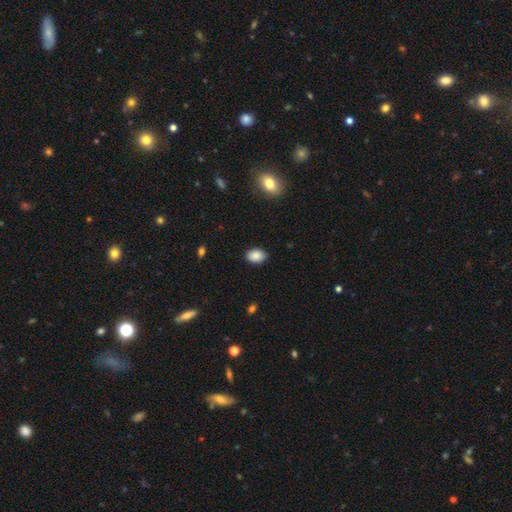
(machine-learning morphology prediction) A smooth galaxy with no disk features (88%) that is in between round and cigar-shaped (82%). Merging: none (88%).